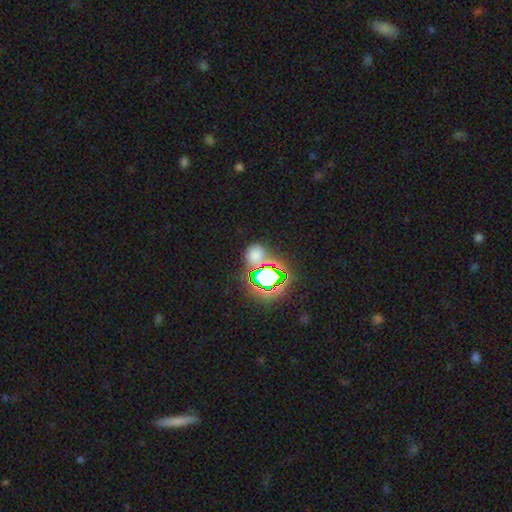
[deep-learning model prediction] smooth 49%, star or artifact 42%, featured or disk 8%. Down the decision tree: merging — none (66%).